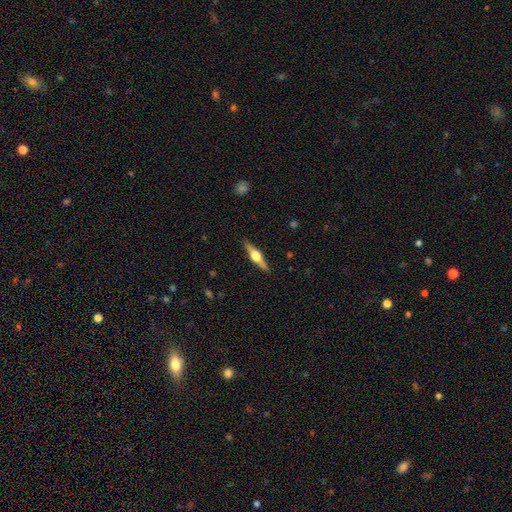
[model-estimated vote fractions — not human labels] featured or disk 72%, smooth 23%, star or artifact 5%. Down the decision tree: edge-on disk — yes (98%); edge-on bulge — rounded (95%); merging — none (90%).